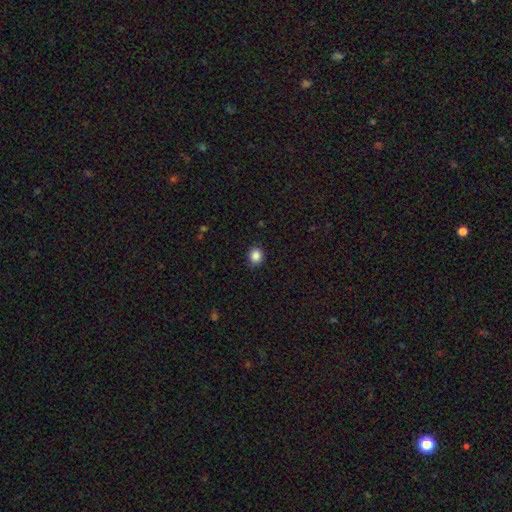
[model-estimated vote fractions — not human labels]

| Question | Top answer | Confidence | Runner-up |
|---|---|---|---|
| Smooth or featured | smooth | 87% | star or artifact (10%) |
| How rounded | round | 75% | in between (24%) |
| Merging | none | 86% | minor disturbance (11%) |